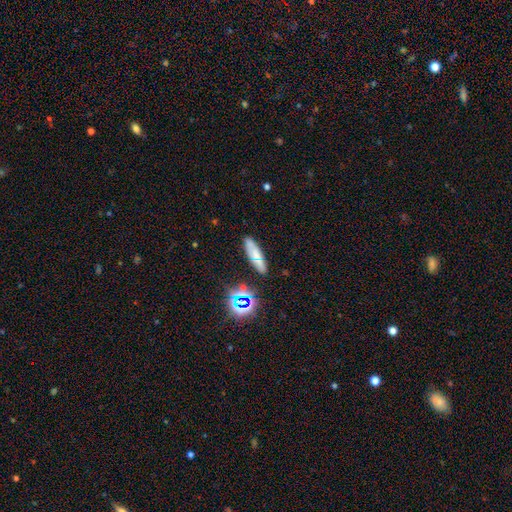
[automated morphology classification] A smooth galaxy with no disk features (61%) that is cigar-shaped (59%).

Vote fractions:
- Smooth or featured? smooth: 61% / featured or disk: 22% / star or artifact: 17%
- How rounded? cigar-shaped: 59% / in between: 37% / round: 4%
- Merging? none: 77% / minor disturbance: 14% / merger: 6% / major disturbance: 4%